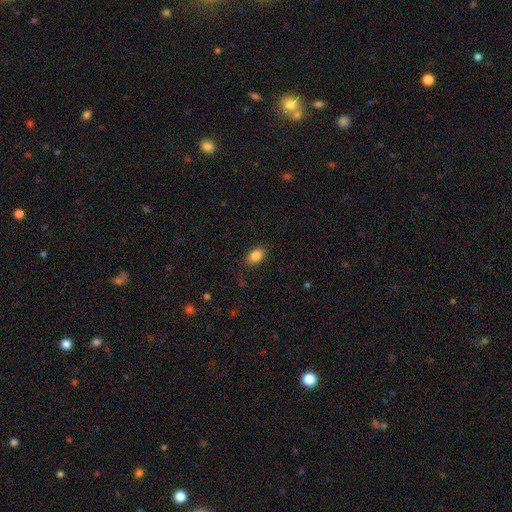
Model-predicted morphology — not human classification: type=smooth (85%); roundness=in between (86%); merging=none (85%).